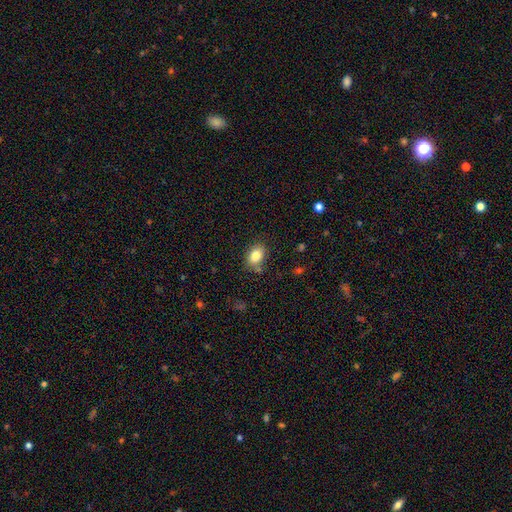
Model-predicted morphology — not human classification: This is clearly a smooth galaxy (84%). How rounded: likely in between (77%). Merging: likely none (76%).